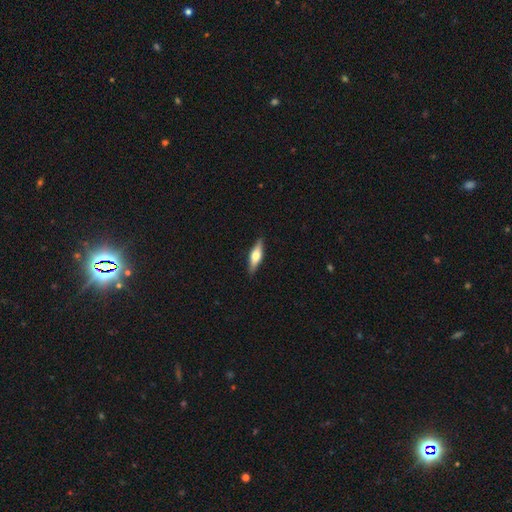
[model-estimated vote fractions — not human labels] Q: Smooth or featured?
A: smooth (49%); runner-up: featured or disk (45%)
Q: Merging?
A: none (88%); runner-up: minor disturbance (9%)